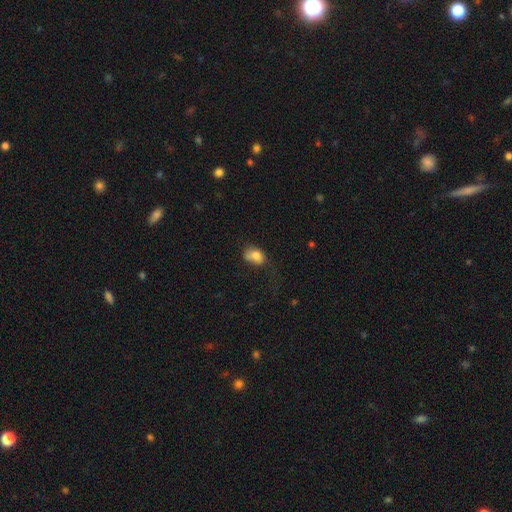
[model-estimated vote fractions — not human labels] Smooth or featured? smooth (78%)
How rounded? in between (73%)
Merging? none (41%)